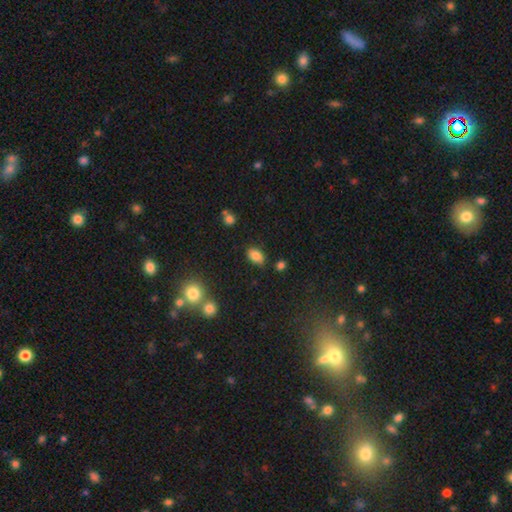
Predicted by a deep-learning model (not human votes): Smooth or featured? smooth (83%)
How rounded? in between (89%)
Merging? none (79%)